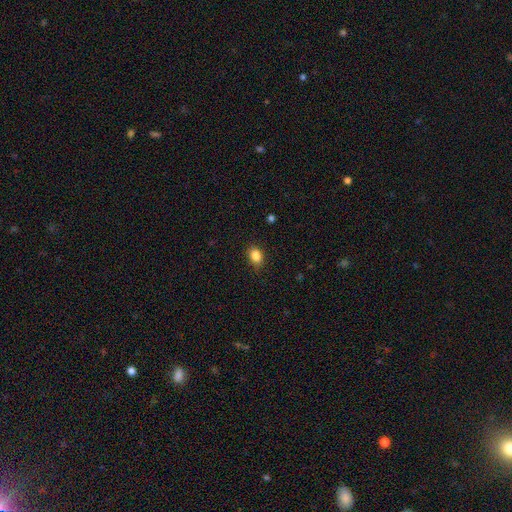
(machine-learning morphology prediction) Smooth or featured?
  - smooth: 86% *
  - star or artifact: 10%
  - featured or disk: 5%
How rounded?
  - in between: 70% *
  - round: 29%
  - cigar-shaped: 1%
Merging?
  - none: 84% *
  - minor disturbance: 13%
  - major disturbance: 3%
  - merger: 1%